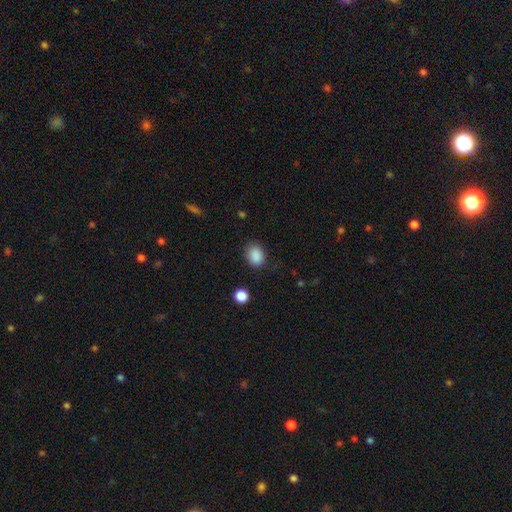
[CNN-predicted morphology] Smooth or featured? smooth (88%)
How rounded? in between (62%)
Merging? none (80%)